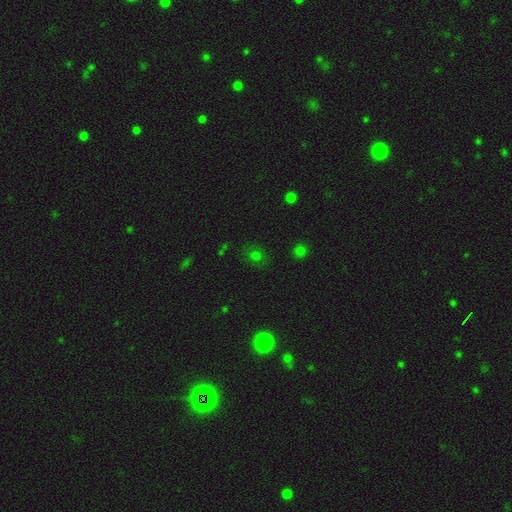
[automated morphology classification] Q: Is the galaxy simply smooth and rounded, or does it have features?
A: smooth — 64%.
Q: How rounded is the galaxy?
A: round — 73%.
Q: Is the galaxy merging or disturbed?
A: none — 79%.